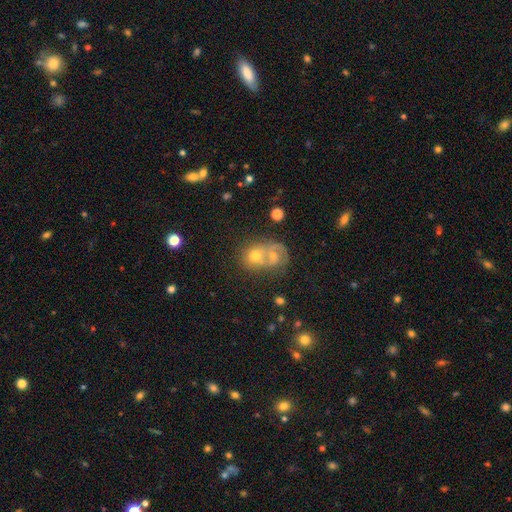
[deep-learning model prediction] Overall: smooth (46%; featured or disk 38%). Merging: merger (63%; none 25%).